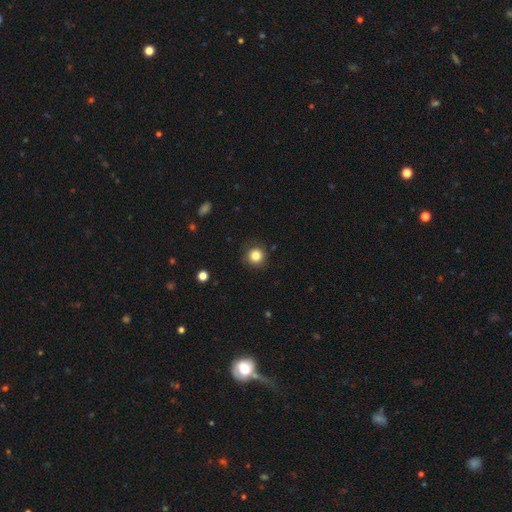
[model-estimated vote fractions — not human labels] smooth_or_featured: smooth (p=0.83) [alt: star or artifact p=0.12]
how_rounded: round (p=0.93) [alt: in between p=0.06]
merging: none (p=0.87) [alt: minor disturbance p=0.09]